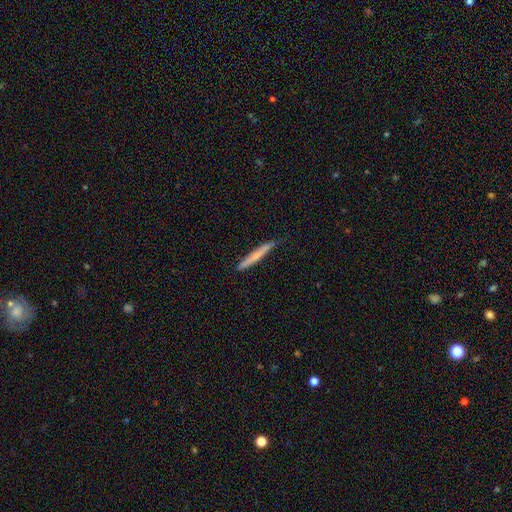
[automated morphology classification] Smooth or featured? smooth (54%)
How rounded? cigar-shaped (96%)
Merging? none (86%)